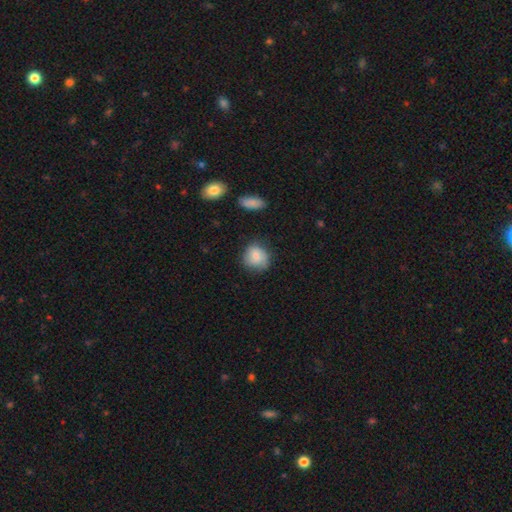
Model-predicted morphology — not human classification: Smooth or featured?
  - smooth: 78% *
  - featured or disk: 15%
  - star or artifact: 7%
How rounded?
  - round: 76% *
  - in between: 23%
  - cigar-shaped: 1%
Merging?
  - none: 67% *
  - minor disturbance: 25%
  - major disturbance: 6%
  - merger: 2%